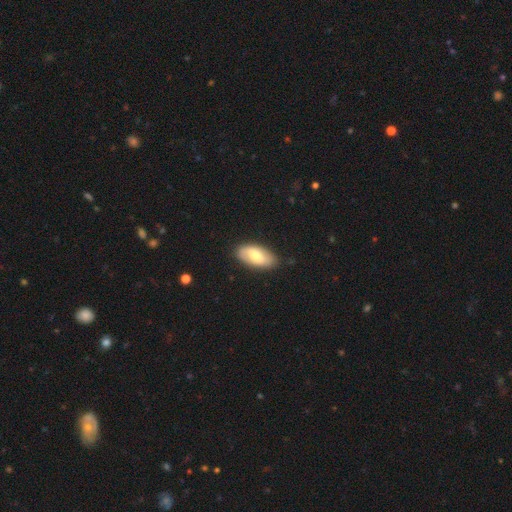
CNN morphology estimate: Smooth or featured? smooth (61%)
How rounded? in between (93%)
Merging? none (83%)